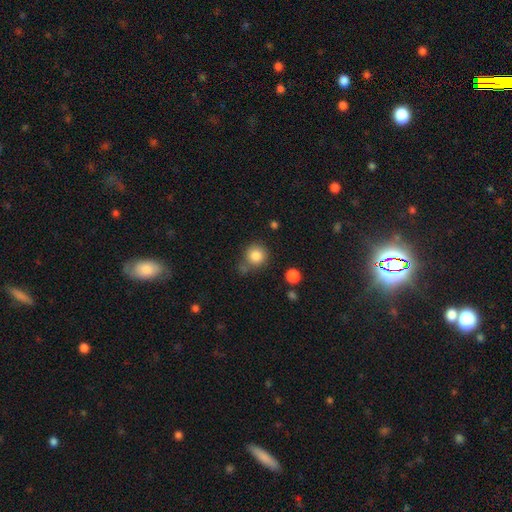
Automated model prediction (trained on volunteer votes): Q: Smooth or featured?
A: smooth (85%); runner-up: star or artifact (10%)
Q: How rounded?
A: round (92%); runner-up: in between (7%)
Q: Merging?
A: none (72%); runner-up: minor disturbance (13%)